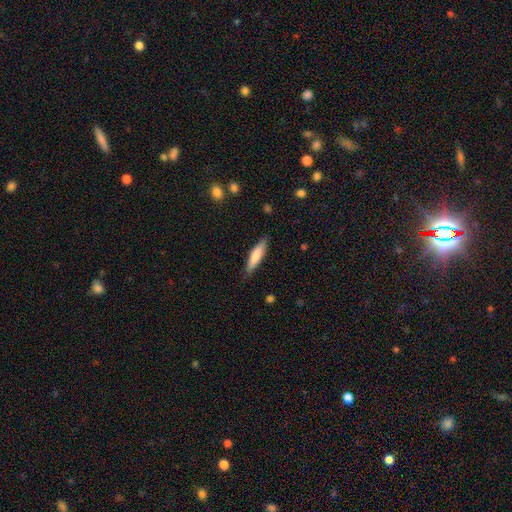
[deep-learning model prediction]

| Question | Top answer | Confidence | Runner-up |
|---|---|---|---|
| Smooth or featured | smooth | 76% | featured or disk (19%) |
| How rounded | cigar-shaped | 76% | in between (22%) |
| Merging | none | 84% | minor disturbance (13%) |